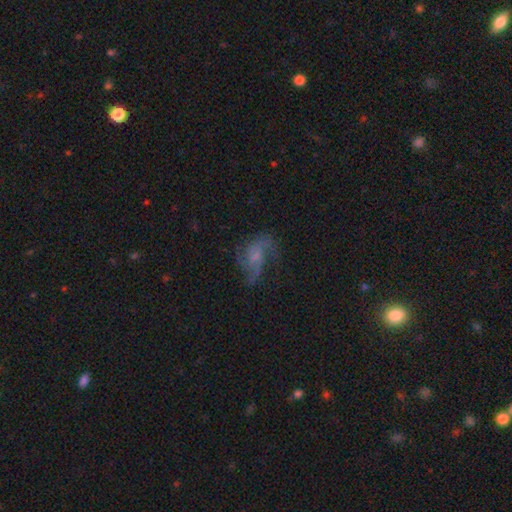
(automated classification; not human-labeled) A featured or disk galaxy (73%) with no bar (61%), 3 (37%) loose (45%) spiral arms (89%) and a small central bulge (39%). Merging: none (54%).